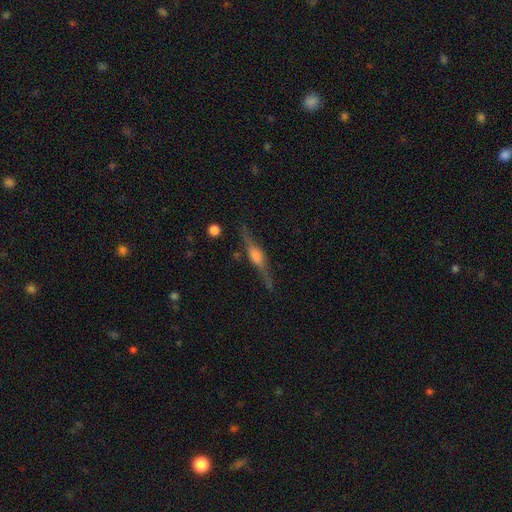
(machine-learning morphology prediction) A featured or disk galaxy (80%) viewed edge-on (96%) with a rounded central bulge (77%). Merging: none (81%).